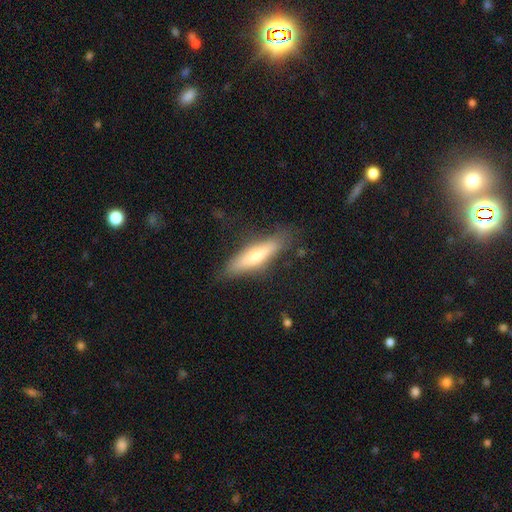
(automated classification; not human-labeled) smooth 59%, featured or disk 35%, star or artifact 7%. Down the decision tree: how rounded — cigar-shaped (74%); merging — none (79%).